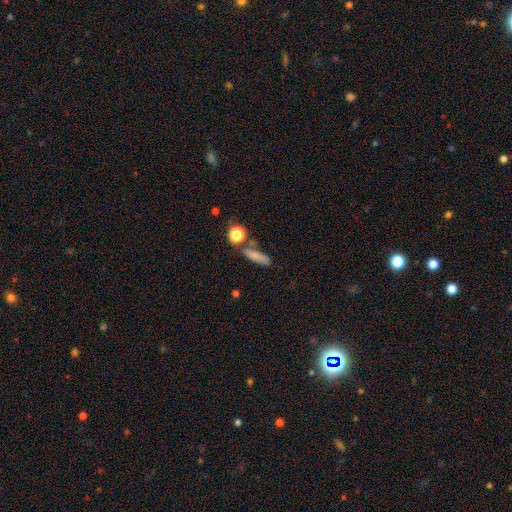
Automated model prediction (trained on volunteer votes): Morphology: type=smooth (78%); roundness=cigar-shaped (63%); merging=none (71%).